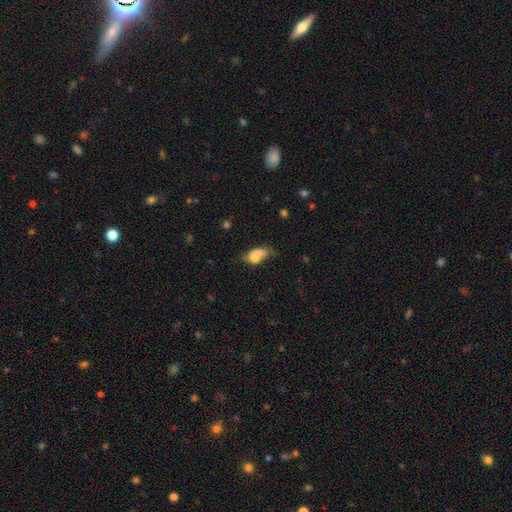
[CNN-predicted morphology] smooth-or-featured: smooth: 70% | featured or disk: 20% | star or artifact: 10%
  how-rounded: in between: 87% | round: 9% | cigar-shaped: 4%
  merging: minor disturbance: 34% | none: 28% | major disturbance: 23% | merger: 15%